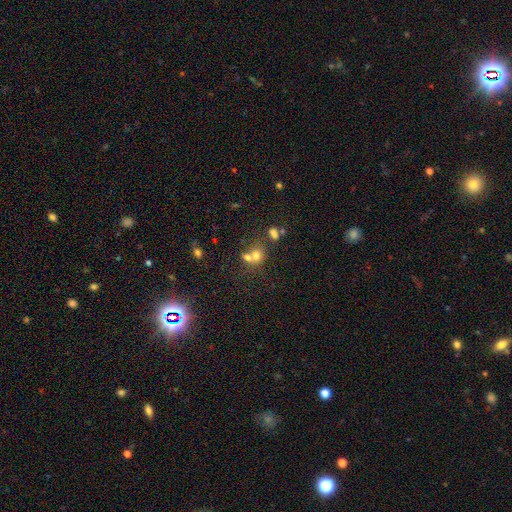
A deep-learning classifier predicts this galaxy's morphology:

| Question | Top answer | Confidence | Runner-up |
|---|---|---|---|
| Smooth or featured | smooth | 67% | star or artifact (17%) |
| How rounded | round | 68% | in between (31%) |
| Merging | merger | 52% | none (36%) |